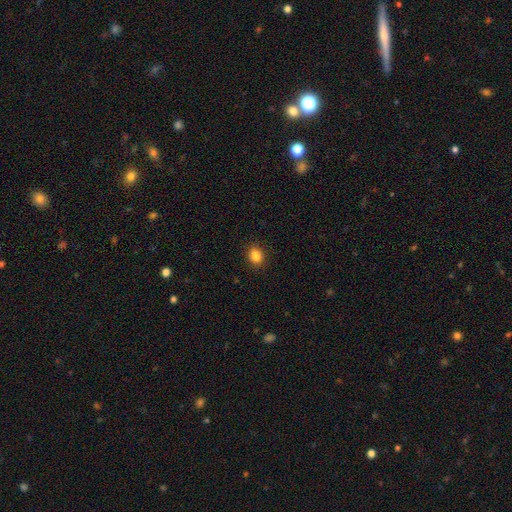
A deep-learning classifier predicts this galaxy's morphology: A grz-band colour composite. It shows a smooth galaxy with no disk features (85%) that is in between round and cigar-shaped (50%). Merging: none (90%).